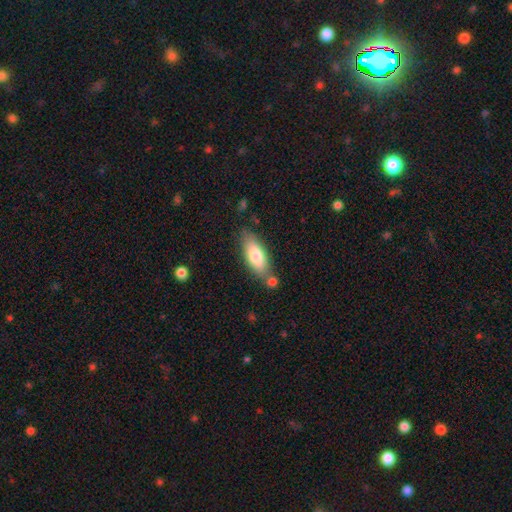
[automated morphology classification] Smooth or featured?
  - smooth: 75% *
  - featured or disk: 19%
  - star or artifact: 6%
How rounded?
  - in between: 71% *
  - cigar-shaped: 27%
  - round: 2%
Merging?
  - none: 67% *
  - minor disturbance: 17%
  - merger: 12%
  - major disturbance: 4%